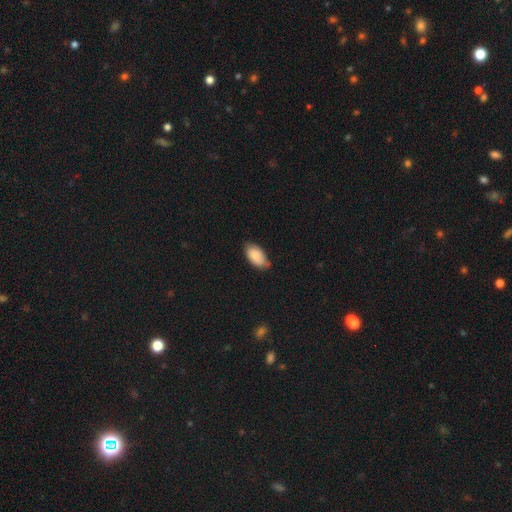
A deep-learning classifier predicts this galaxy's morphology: Smooth or featured?
  - smooth: 85% *
  - featured or disk: 9%
  - star or artifact: 6%
How rounded?
  - in between: 94% *
  - cigar-shaped: 3%
  - round: 3%
Merging?
  - none: 69% *
  - minor disturbance: 26%
  - major disturbance: 3%
  - merger: 1%